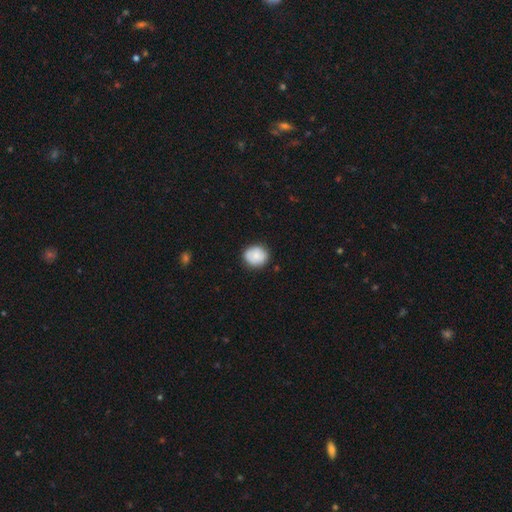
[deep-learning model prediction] Smooth or featured? smooth (78%)
How rounded? round (81%)
Merging? none (83%)